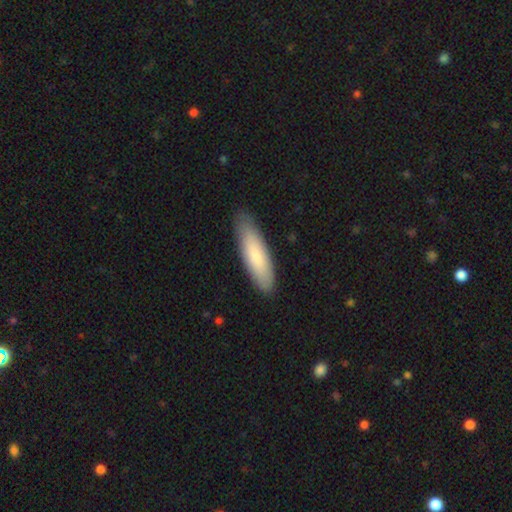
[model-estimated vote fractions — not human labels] Smooth or featured?
  - smooth: 80% *
  - featured or disk: 15%
  - star or artifact: 5%
How rounded?
  - cigar-shaped: 58% *
  - in between: 41%
  - round: 1%
Merging?
  - none: 85% *
  - minor disturbance: 12%
  - major disturbance: 2%
  - merger: 1%